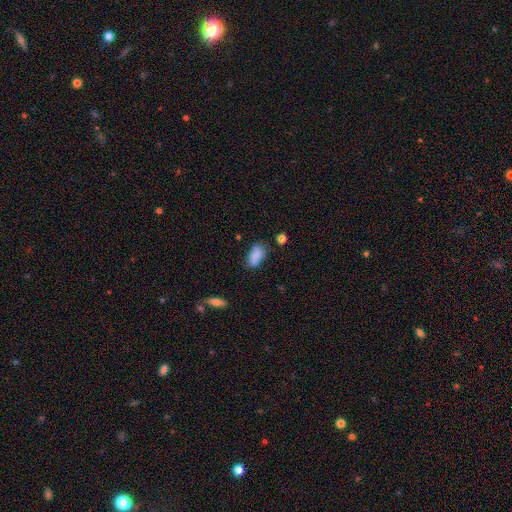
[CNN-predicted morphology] A smooth galaxy with no disk features (83%) that is in between round and cigar-shaped (89%). Merging: none (57%).